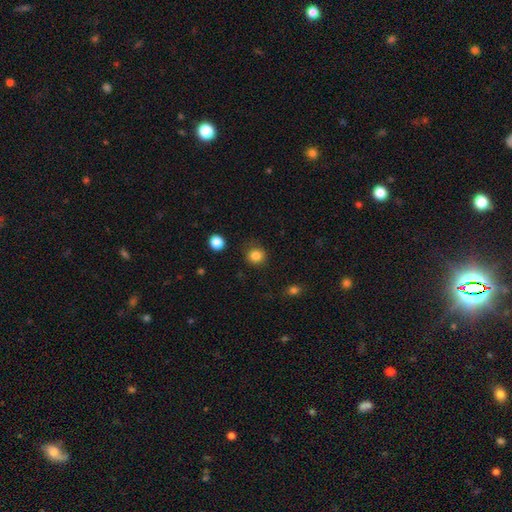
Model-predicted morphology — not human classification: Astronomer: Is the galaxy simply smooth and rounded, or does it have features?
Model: smooth — 84%.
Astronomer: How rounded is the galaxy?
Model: round — 90%.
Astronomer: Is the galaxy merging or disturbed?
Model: none — 85%.